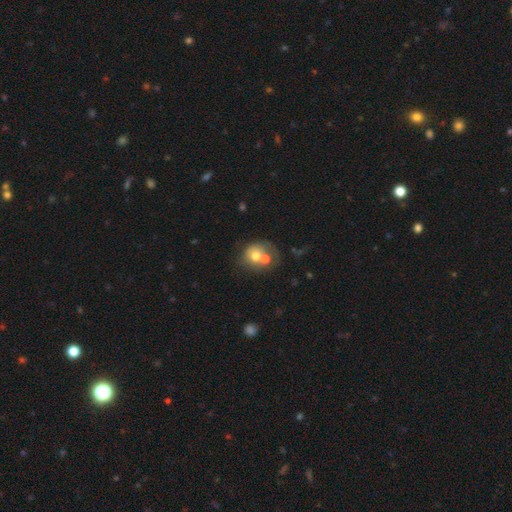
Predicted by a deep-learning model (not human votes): Smooth or featured: smooth — 63% (featured or disk — 27%)
How rounded: round — 71% (in between — 28%)
Merging: merger — 55% (none — 29%)